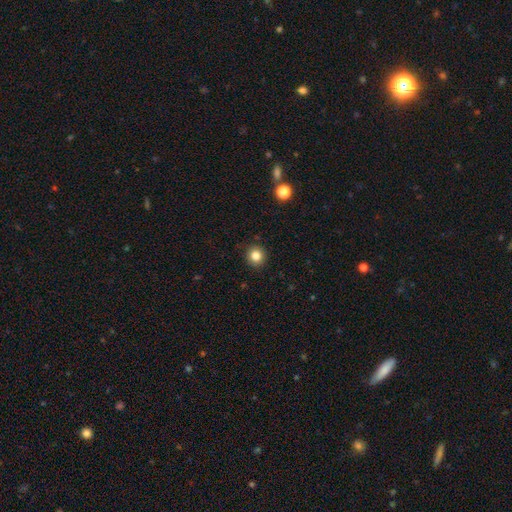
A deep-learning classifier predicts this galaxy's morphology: smooth 83%, star or artifact 12%, featured or disk 5%. Down the decision tree: how rounded — round (93%); merging — none (92%).